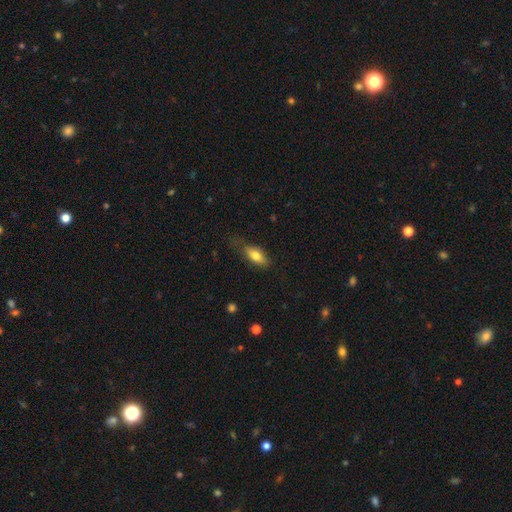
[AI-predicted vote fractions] Morphology: type=smooth (76%); roundness=in between (79%); merging=none (63%).